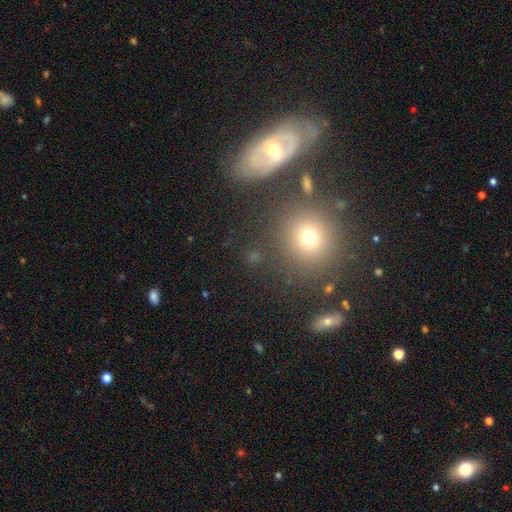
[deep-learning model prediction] smooth-or-featured: smooth: 47% | star or artifact: 28% | featured or disk: 25%
  merging: none: 73% | minor disturbance: 12% | merger: 8% | major disturbance: 7%